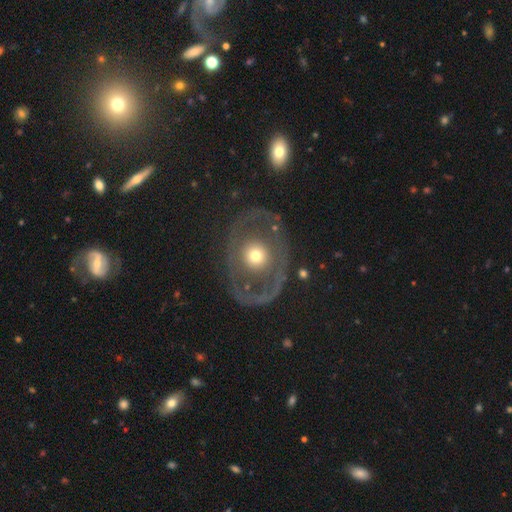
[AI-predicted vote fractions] A featured or disk galaxy (62%) with no bar (87%), no spiral arms (69%) and a moderate central bulge (60%).

Vote fractions:
- Smooth or featured? featured or disk: 62% / smooth: 32% / star or artifact: 7%
- Edge-on disk? no: 95% / yes: 5%
- Bar? no: 87% / weak: 9% / strong: 4%
- Spiral arms? no: 69% / yes: 31%
- Bulge size? moderate: 60% / small: 23% / large: 14% / dominant: 2% / none: 1%
- Merging? none: 65% / major disturbance: 18% / minor disturbance: 14% / merger: 3%